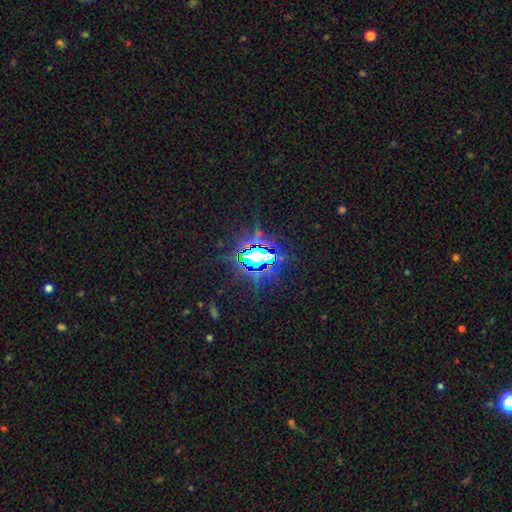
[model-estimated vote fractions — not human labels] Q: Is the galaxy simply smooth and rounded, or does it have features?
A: star or artifact — 77%.